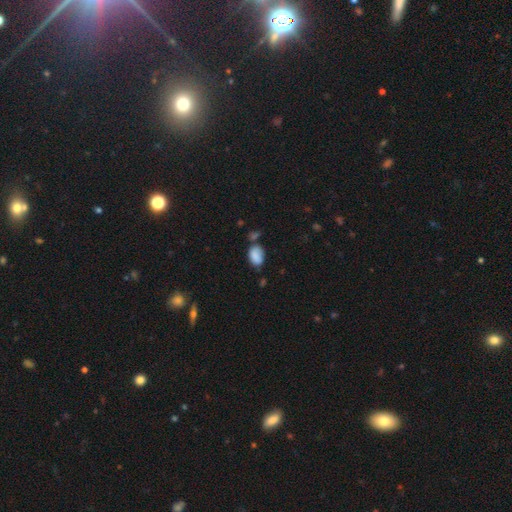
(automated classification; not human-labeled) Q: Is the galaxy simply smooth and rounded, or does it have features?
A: smooth — 85%.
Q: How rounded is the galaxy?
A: in between — 84%.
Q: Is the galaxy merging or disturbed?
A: none — 53%.